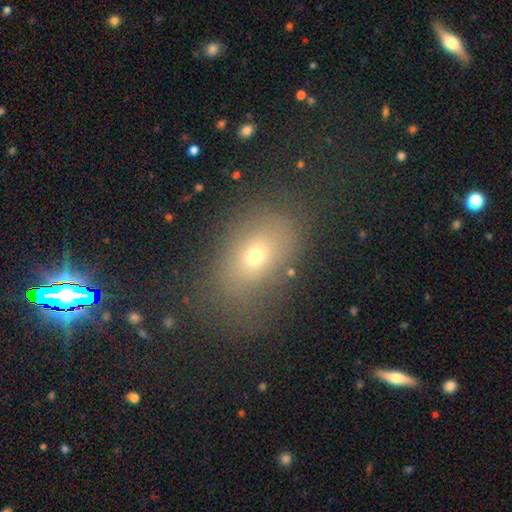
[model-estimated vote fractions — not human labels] Smooth or featured? Predicted: smooth (p=0.64). How rounded? Predicted: in between (p=0.74). Merging? Predicted: none (p=0.70).